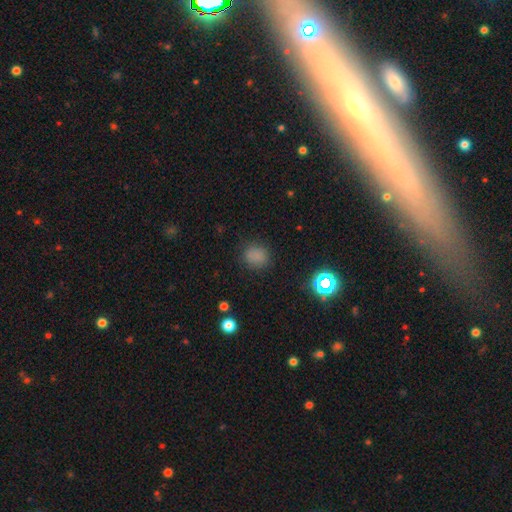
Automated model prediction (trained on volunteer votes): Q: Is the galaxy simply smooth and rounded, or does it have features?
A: smooth — 78%.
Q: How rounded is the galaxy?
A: round — 76%.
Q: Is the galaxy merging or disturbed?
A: none — 84%.